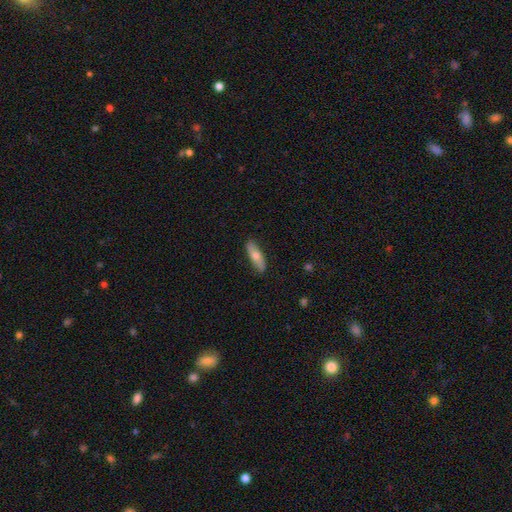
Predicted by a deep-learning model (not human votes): smooth_or_featured: smooth (p=0.63) [alt: featured or disk p=0.32]
how_rounded: in between (p=0.54) [alt: cigar-shaped p=0.43]
merging: none (p=0.86) [alt: minor disturbance p=0.11]